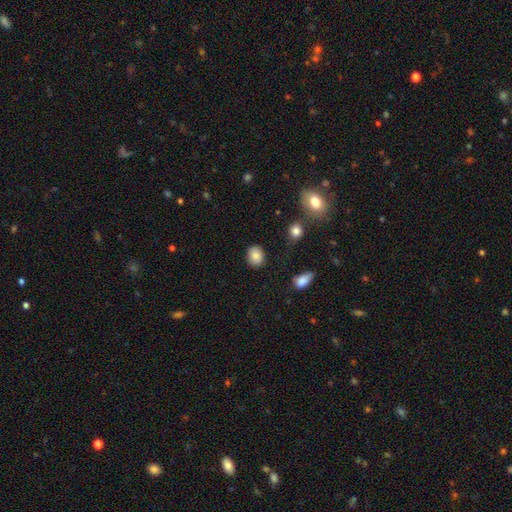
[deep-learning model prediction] A smooth galaxy with no disk features (86%) that is in between round and cigar-shaped (53%). Merging: none (85%).